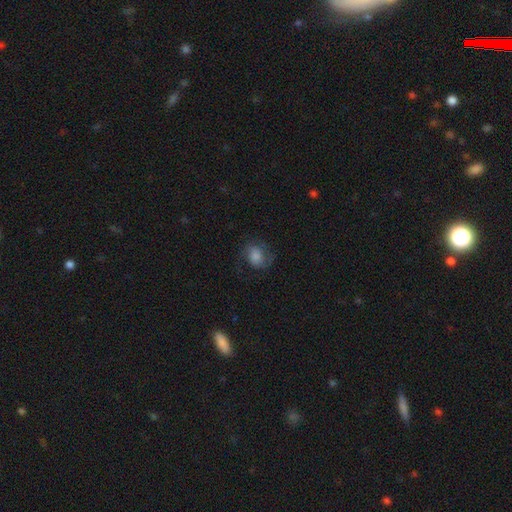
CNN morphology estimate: This is marginally a smooth galaxy (45%). Merging: likely none (66%).